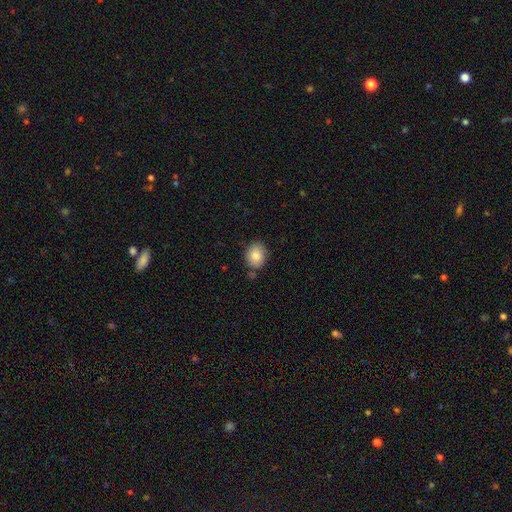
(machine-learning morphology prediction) type=smooth (84%); roundness=round (50%); merging=none (78%).